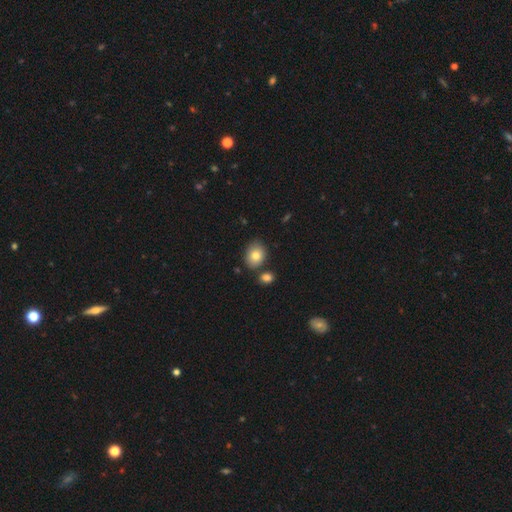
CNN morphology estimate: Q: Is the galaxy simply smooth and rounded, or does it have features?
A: smooth — 81%.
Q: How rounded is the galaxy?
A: in between — 59%.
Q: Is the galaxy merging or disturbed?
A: none — 73%.